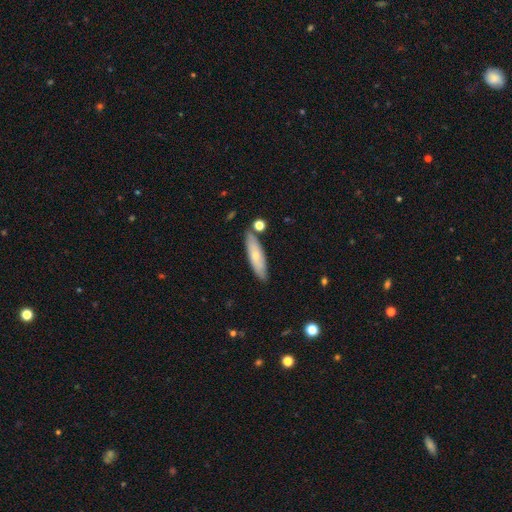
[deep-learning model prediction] Morphology: type=smooth (64%); roundness=cigar-shaped (67%); merging=none (79%).